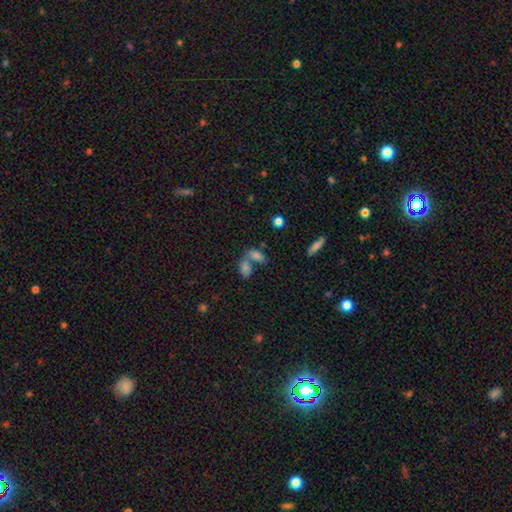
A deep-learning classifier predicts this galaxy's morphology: smooth-or-featured: smooth: 75% | featured or disk: 14% | star or artifact: 11%
  how-rounded: in between: 83% | cigar-shaped: 10% | round: 7%
  merging: merger: 58% | none: 29% | minor disturbance: 8% | major disturbance: 5%